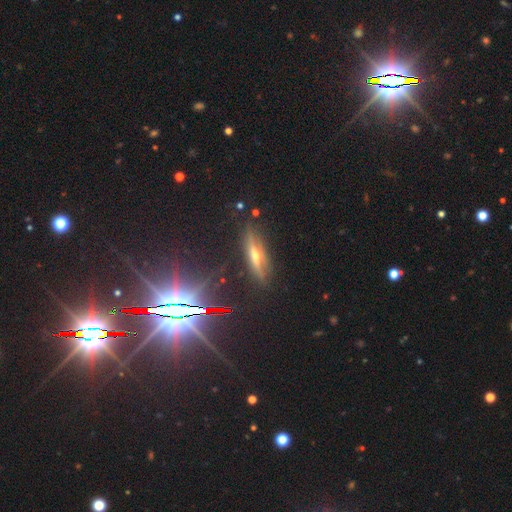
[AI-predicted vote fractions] Smooth or featured?
  - featured or disk: 50% *
  - smooth: 26%
  - star or artifact: 24%
Edge-on disk?
  - yes: 85% *
  - no: 15%
Merging?
  - none: 81% *
  - minor disturbance: 13%
  - major disturbance: 4%
  - merger: 2%